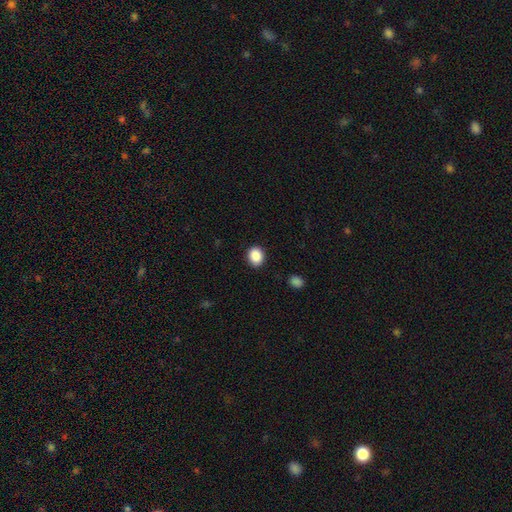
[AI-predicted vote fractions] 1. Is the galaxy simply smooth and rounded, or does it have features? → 89% smooth, 8% star or artifact, 3% featured or disk.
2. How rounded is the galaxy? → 61% round, 38% in between, 1% cigar-shaped.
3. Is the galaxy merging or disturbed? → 90% none, 7% minor disturbance, 2% major disturbance, 1% merger.